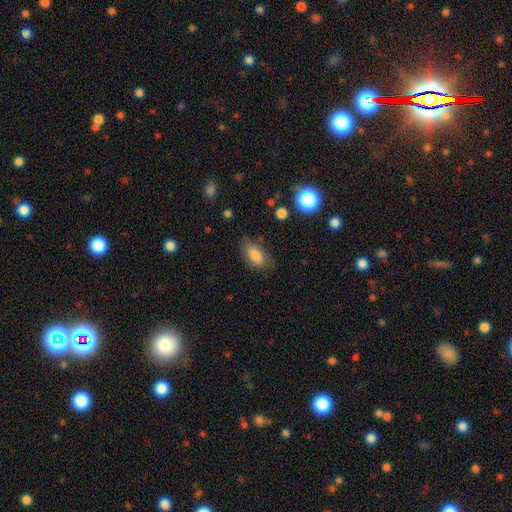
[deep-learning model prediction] smooth-or-featured: smooth: 81% | featured or disk: 11% | star or artifact: 8%
  how-rounded: in between: 88% | cigar-shaped: 6% | round: 5%
  merging: none: 76% | minor disturbance: 18% | major disturbance: 5% | merger: 2%